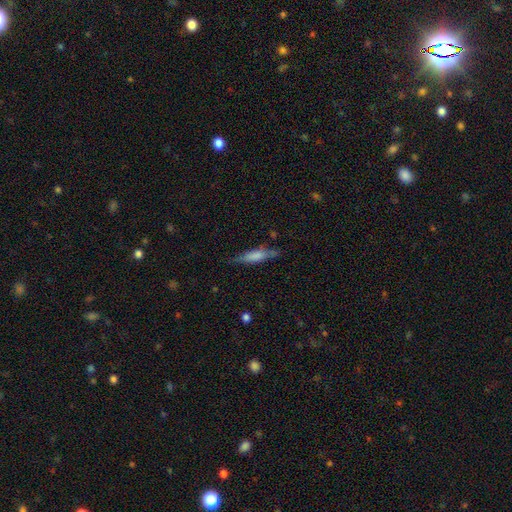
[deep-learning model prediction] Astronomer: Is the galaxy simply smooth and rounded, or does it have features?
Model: smooth — 62%.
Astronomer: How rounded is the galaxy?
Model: cigar-shaped — 70%.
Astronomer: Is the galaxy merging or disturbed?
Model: none — 70%.